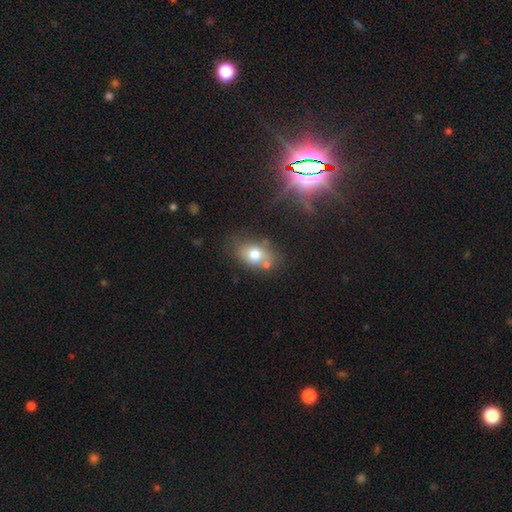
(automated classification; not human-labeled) Q: Smooth or featured?
A: smooth (55%); runner-up: star or artifact (29%)
Q: How rounded?
A: in between (71%); runner-up: round (27%)
Q: Merging?
A: none (71%); runner-up: minor disturbance (13%)